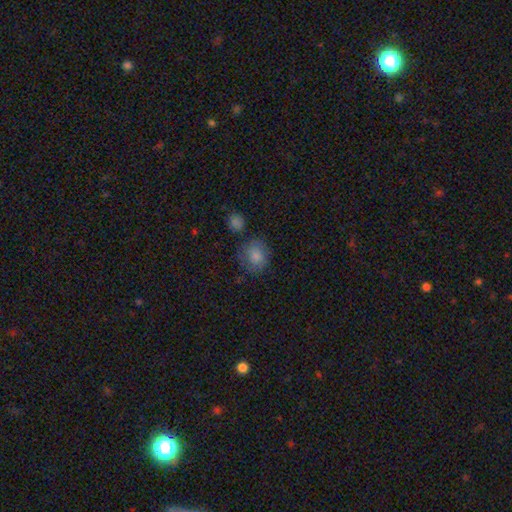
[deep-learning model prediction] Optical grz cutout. It shows a smooth galaxy with no disk features (82%) that is round (74%). Merging: none (67%).